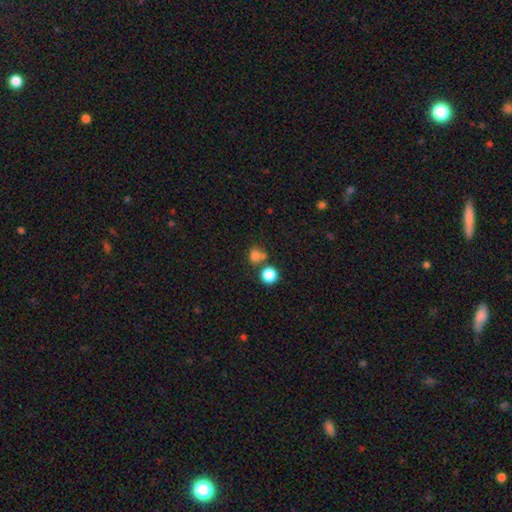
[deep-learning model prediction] Smooth or featured? smooth (76%)
How rounded? round (78%)
Merging? none (55%)